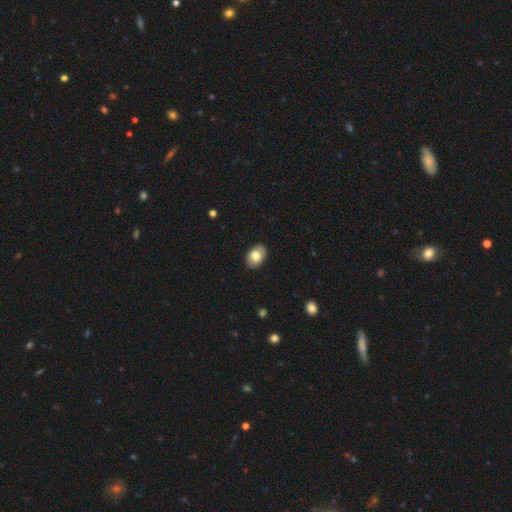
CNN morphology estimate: Smooth or featured? smooth (76%)
How rounded? in between (86%)
Merging? none (87%)